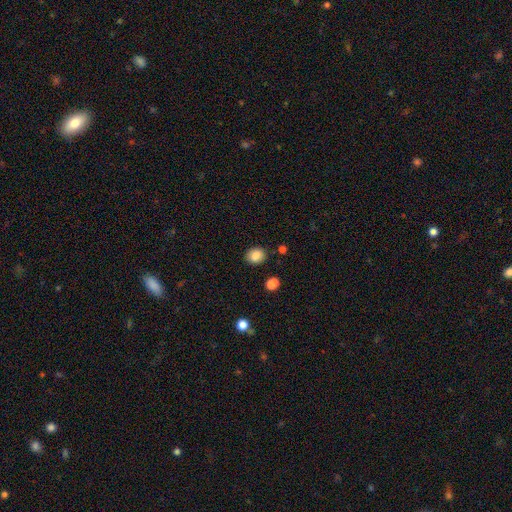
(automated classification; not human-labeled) Smooth or featured: smooth — 87% (star or artifact — 9%)
How rounded: round — 56% (in between — 43%)
Merging: none — 84% (minor disturbance — 11%)